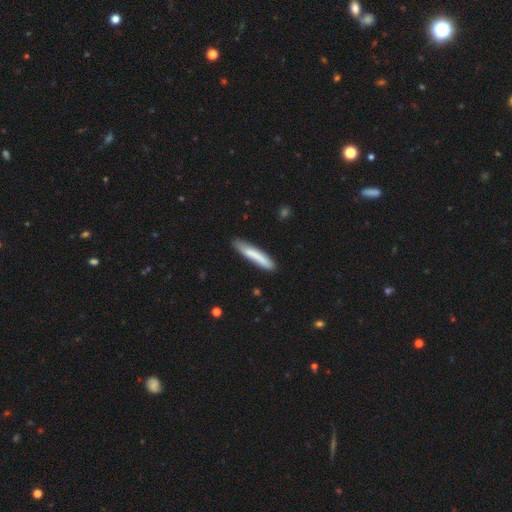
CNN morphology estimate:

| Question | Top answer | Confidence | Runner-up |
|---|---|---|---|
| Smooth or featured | smooth | 74% | featured or disk (21%) |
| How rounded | cigar-shaped | 90% | in between (9%) |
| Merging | none | 78% | minor disturbance (16%) |